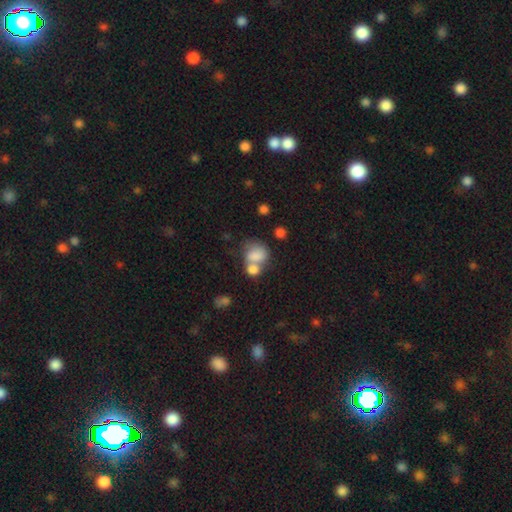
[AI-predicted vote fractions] Smooth or featured? smooth (76%)
How rounded? in between (50%)
Merging? merger (57%)